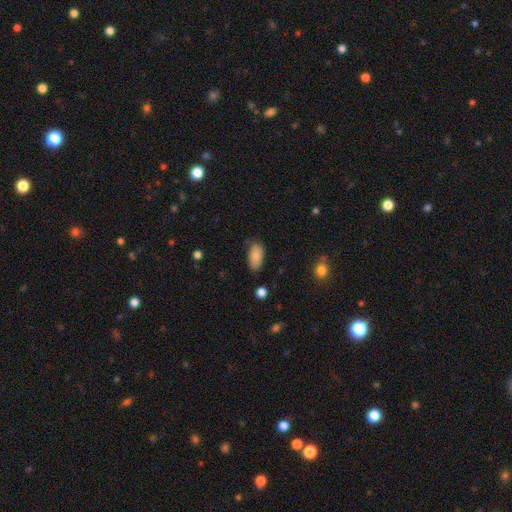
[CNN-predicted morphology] This appears to be a smooth galaxy with no disk features (87%) that is in between round and cigar-shaped (93%). Merging: none (72%).